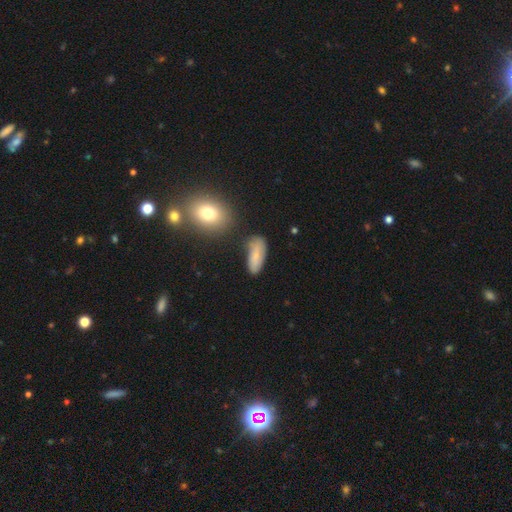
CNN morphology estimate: A smooth galaxy with no disk features (73%) that is in between round and cigar-shaped (79%).

Vote fractions:
- Smooth or featured? smooth: 73% / featured or disk: 19% / star or artifact: 9%
- How rounded? in between: 79% / cigar-shaped: 18% / round: 3%
- Merging? none: 63% / minor disturbance: 23% / merger: 7% / major disturbance: 7%